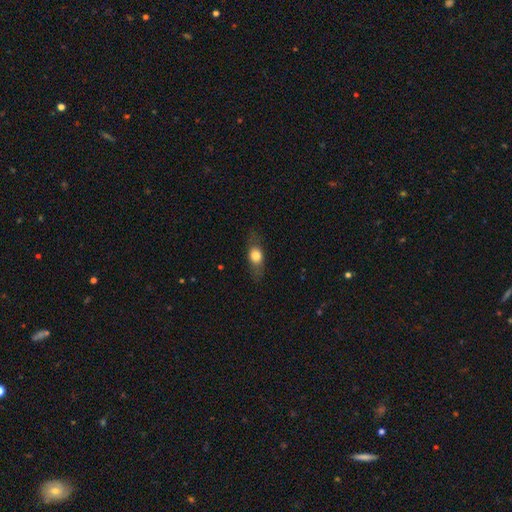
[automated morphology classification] Smooth or featured?
  - smooth: 66% *
  - featured or disk: 26%
  - star or artifact: 8%
How rounded?
  - in between: 59% *
  - round: 23%
  - cigar-shaped: 18%
Merging?
  - none: 77% *
  - minor disturbance: 16%
  - major disturbance: 7%
  - merger: 1%